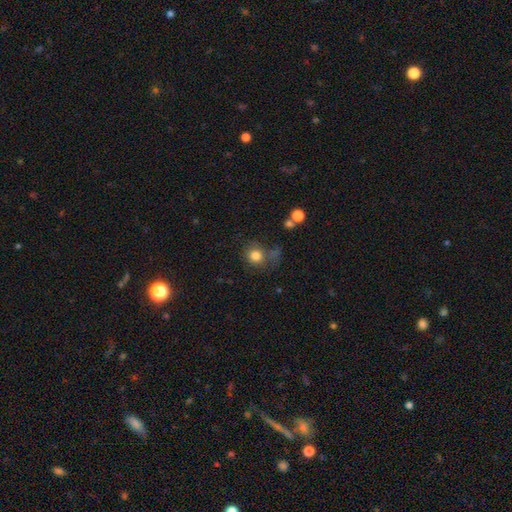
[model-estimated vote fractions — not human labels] Smooth or featured? smooth (81%)
How rounded? round (83%)
Merging? none (56%)